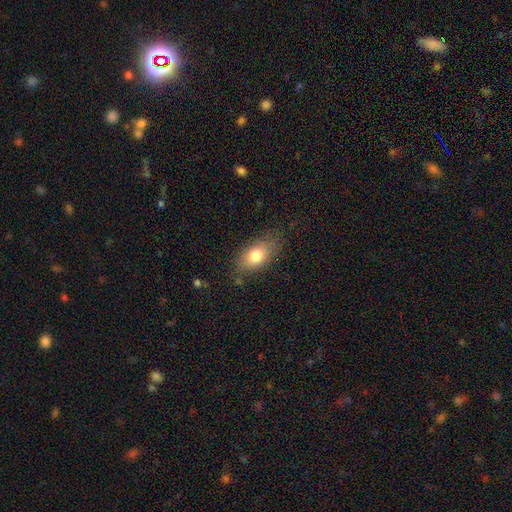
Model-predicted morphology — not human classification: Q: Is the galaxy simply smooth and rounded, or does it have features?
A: smooth — 77%.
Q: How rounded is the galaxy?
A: in between — 87%.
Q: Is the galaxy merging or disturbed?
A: none — 73%.